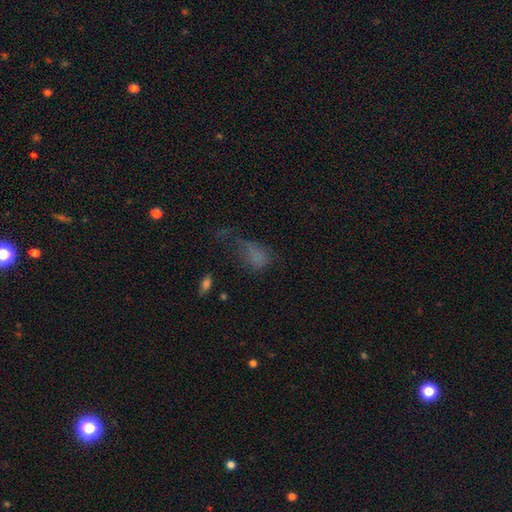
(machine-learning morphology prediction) Smooth or featured: smooth — 60% (featured or disk — 21%)
How rounded: in between — 79% (round — 17%)
Merging: major disturbance — 53% (none — 23%)